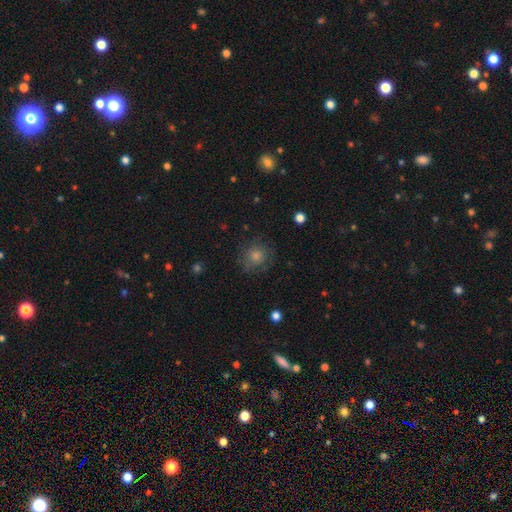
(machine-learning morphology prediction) Q: Smooth or featured?
A: smooth (60%); runner-up: star or artifact (22%)
Q: How rounded?
A: round (87%); runner-up: in between (12%)
Q: Merging?
A: none (79%); runner-up: minor disturbance (14%)